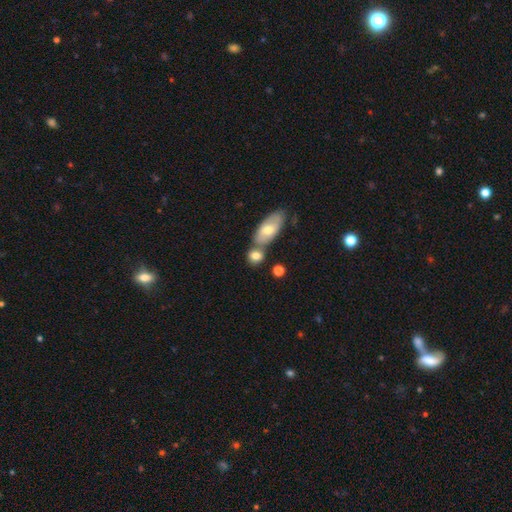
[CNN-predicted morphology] type=smooth (75%); roundness=in between (54%); merging=none (49%).